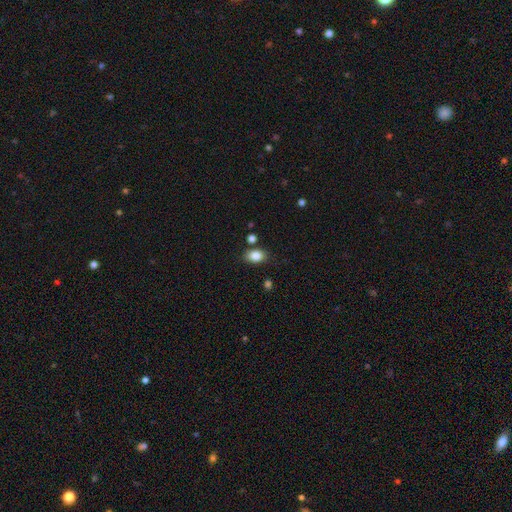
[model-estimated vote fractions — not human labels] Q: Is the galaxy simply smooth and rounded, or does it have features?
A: smooth — 84%.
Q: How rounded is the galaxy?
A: in between — 76%.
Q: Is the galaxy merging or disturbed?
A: none — 79%.